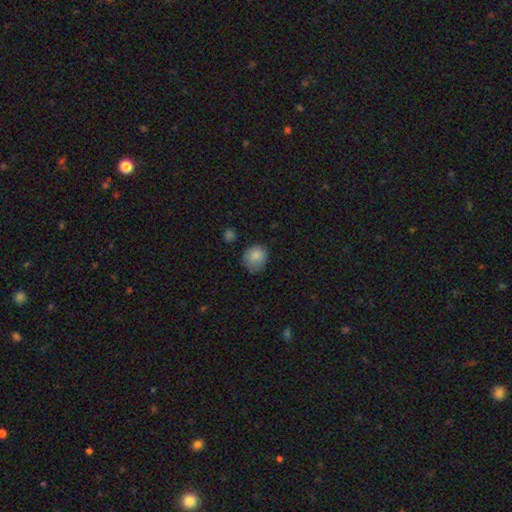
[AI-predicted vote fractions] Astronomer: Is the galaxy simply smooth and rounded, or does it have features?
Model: smooth — 85%.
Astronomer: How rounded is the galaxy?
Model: round — 74%.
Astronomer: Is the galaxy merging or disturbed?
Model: none — 67%.